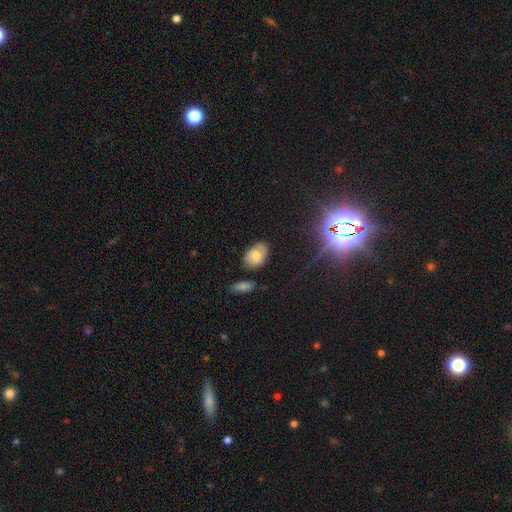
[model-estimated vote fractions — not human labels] smooth 76%, featured or disk 13%, star or artifact 10%. Down the decision tree: how rounded — in between (87%); merging — none (73%).